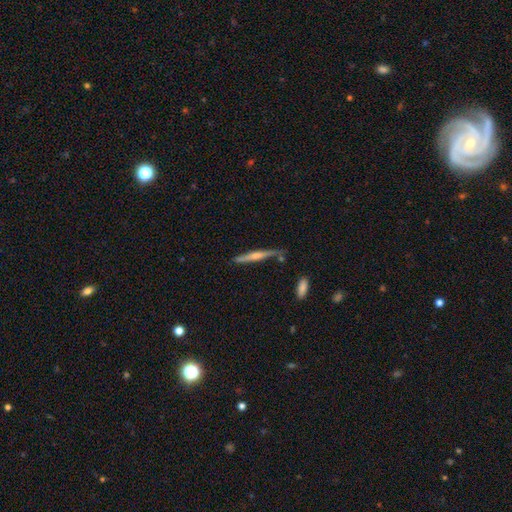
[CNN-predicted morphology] Smooth or featured? featured or disk (72%)
Edge-on disk? yes (97%)
Edge-on bulge? rounded (77%)
Merging? none (83%)